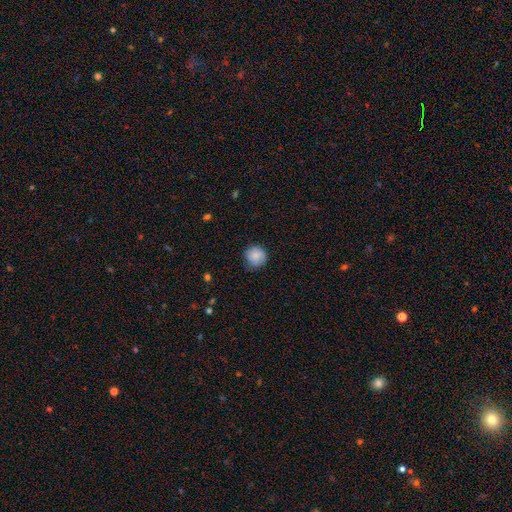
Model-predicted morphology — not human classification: Q: Smooth or featured?
A: smooth (84%); runner-up: featured or disk (9%)
Q: How rounded?
A: round (92%); runner-up: in between (7%)
Q: Merging?
A: none (74%); runner-up: minor disturbance (21%)